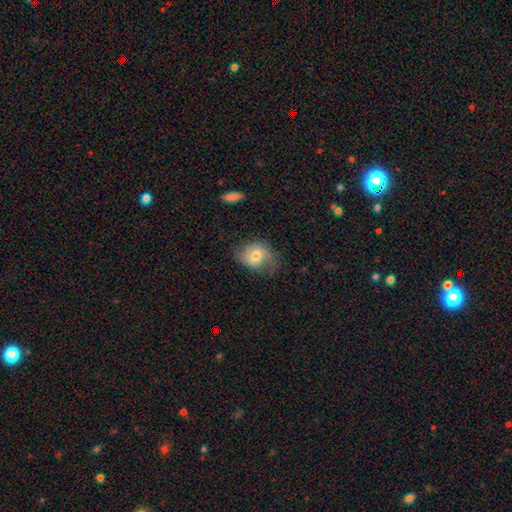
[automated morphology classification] Smooth or featured? featured or disk (47%)
Merging? none (63%)